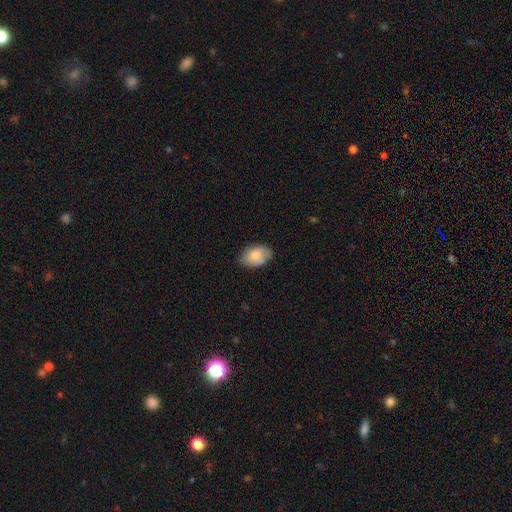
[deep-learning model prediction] Smooth or featured? smooth (75%)
How rounded? in between (88%)
Merging? none (66%)